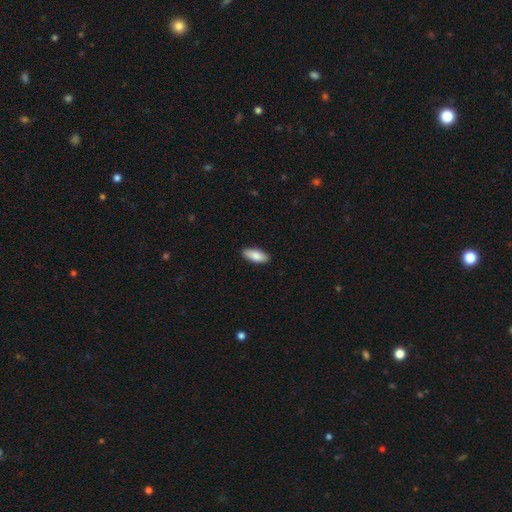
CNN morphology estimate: Overall: smooth (86%). How rounded: in between (81%). Merging: none (89%).